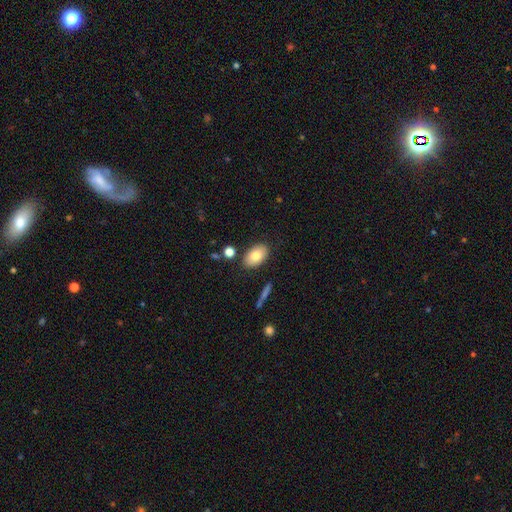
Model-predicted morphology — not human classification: Smooth or featured: smooth — 81% (featured or disk — 12%)
How rounded: in between — 92% (round — 6%)
Merging: none — 84% (minor disturbance — 10%)